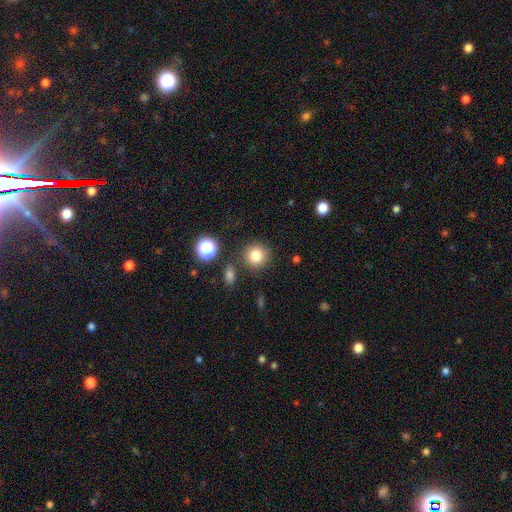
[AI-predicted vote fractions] A smooth galaxy with no disk features (80%) that is round (92%).

Vote fractions:
- Smooth or featured? smooth: 80% / star or artifact: 13% / featured or disk: 7%
- How rounded? round: 92% / in between: 7% / cigar-shaped: 1%
- Merging? none: 84% / minor disturbance: 8% / merger: 5% / major disturbance: 3%